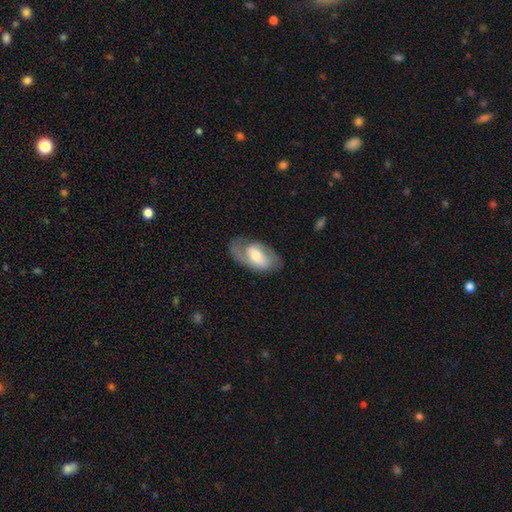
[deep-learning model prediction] smooth-or-featured: featured or disk: 65% | smooth: 29% | star or artifact: 6%
  disk-edge-on: no: 94% | yes: 6%
    bar: weak: 41% | no: 29% | strong: 29%
    has-spiral-arms: yes: 78% | no: 22%
    bulge-size: moderate: 58% | small: 30% | large: 9% | none: 2% | dominant: 1%
  merging: none: 70% | minor disturbance: 18% | major disturbance: 10% | merger: 1%